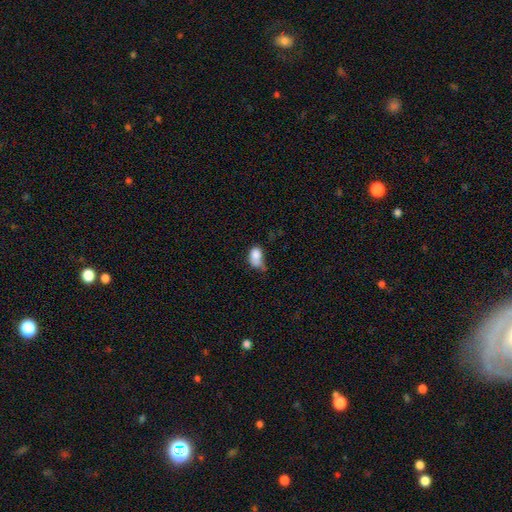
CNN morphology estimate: Smooth or featured?
  - smooth: 80% *
  - featured or disk: 11%
  - star or artifact: 9%
How rounded?
  - in between: 85% *
  - round: 12%
  - cigar-shaped: 2%
Merging?
  - minor disturbance: 36% *
  - major disturbance: 26%
  - none: 25%
  - merger: 13%